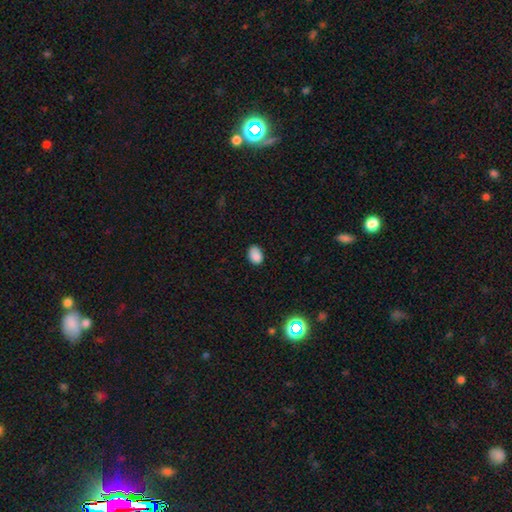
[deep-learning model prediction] Smooth or featured?
  - smooth: 86% *
  - star or artifact: 10%
  - featured or disk: 4%
How rounded?
  - in between: 78% *
  - round: 21%
  - cigar-shaped: 1%
Merging?
  - none: 75% *
  - minor disturbance: 20%
  - major disturbance: 3%
  - merger: 1%